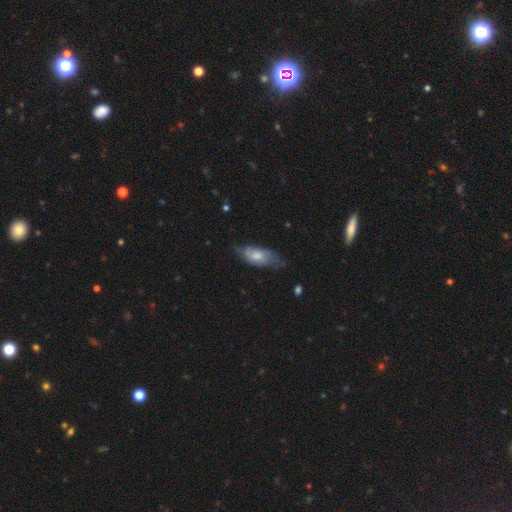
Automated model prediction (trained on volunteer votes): The model was most divided on "smooth or featured": smooth: 56%, featured or disk: 37%, star or artifact: 7%. More confident: how rounded — in between (79%); merging — none (55%).